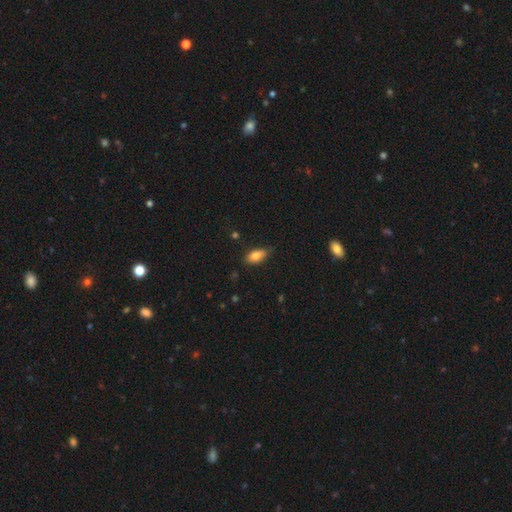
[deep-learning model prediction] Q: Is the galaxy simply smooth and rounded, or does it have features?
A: smooth — 81%.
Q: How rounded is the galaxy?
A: in between — 88%.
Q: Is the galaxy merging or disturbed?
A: none — 74%.